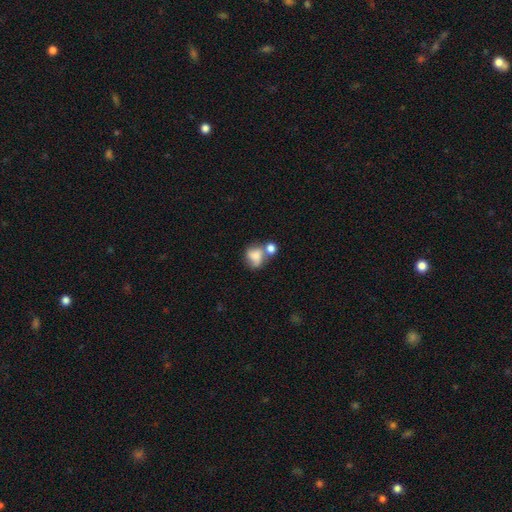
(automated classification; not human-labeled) A smooth galaxy with no disk features (69%) that is round (51%). Merging: merger (48%).